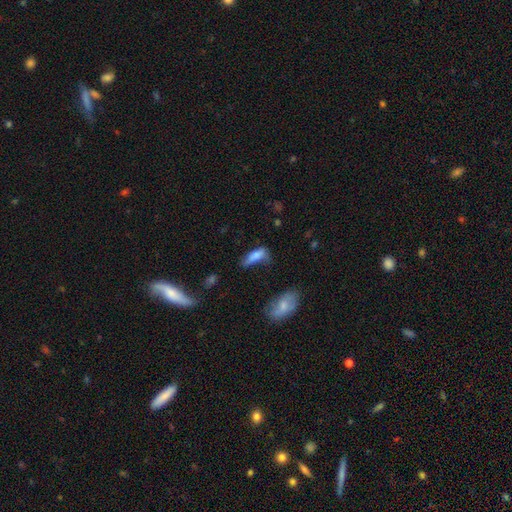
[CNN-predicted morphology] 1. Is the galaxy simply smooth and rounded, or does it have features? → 74% smooth, 17% featured or disk, 9% star or artifact.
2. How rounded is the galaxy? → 63% in between, 34% cigar-shaped, 3% round.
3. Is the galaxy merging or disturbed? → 35% minor disturbance, 31% none, 26% major disturbance, 8% merger.